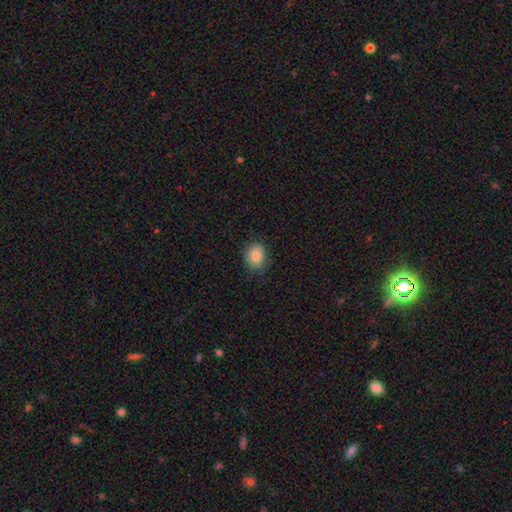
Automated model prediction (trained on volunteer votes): A smooth galaxy with no disk features (84%) that is in between round and cigar-shaped (56%).

Vote fractions:
- Smooth or featured? smooth: 84% / star or artifact: 8% / featured or disk: 8%
- How rounded? in between: 56% / round: 43% / cigar-shaped: 1%
- Merging? none: 81% / minor disturbance: 15% / major disturbance: 3% / merger: 1%